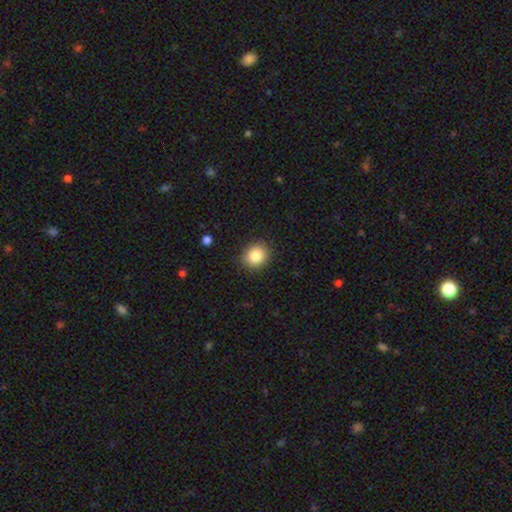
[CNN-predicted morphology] type=smooth (85%); roundness=round (74%); merging=none (88%).